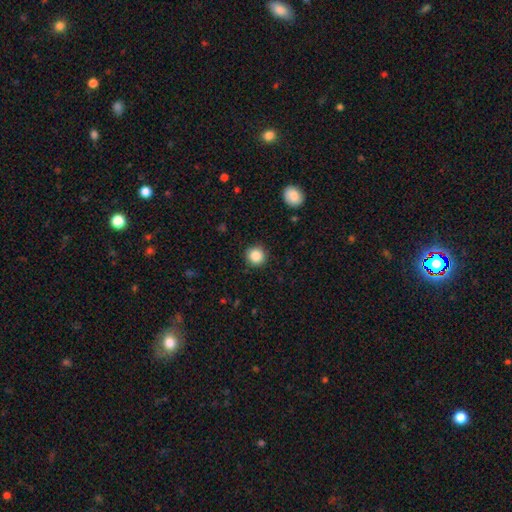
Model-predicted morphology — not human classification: Q: Smooth or featured?
A: smooth (86%); runner-up: star or artifact (10%)
Q: How rounded?
A: round (94%); runner-up: in between (5%)
Q: Merging?
A: none (91%); runner-up: minor disturbance (6%)